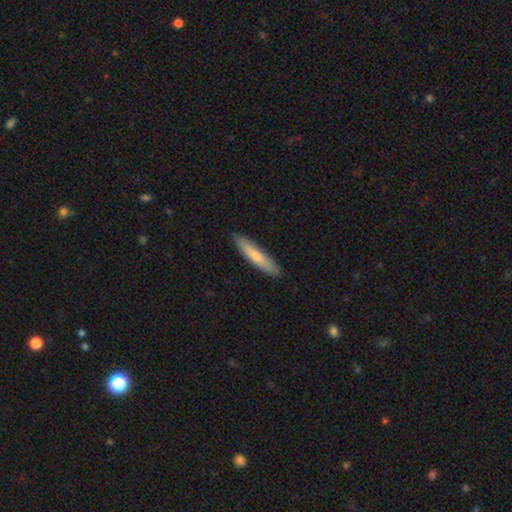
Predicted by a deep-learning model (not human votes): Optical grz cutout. It shows a smooth galaxy with no disk features (76%) that is cigar-shaped (88%). Merging: none (89%).